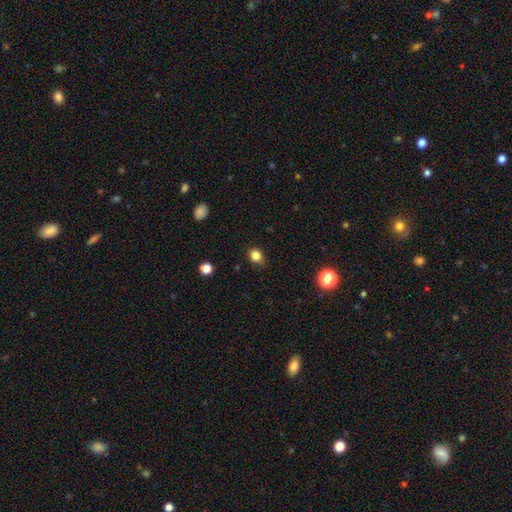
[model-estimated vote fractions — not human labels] smooth 83%, star or artifact 13%, featured or disk 4%. Down the decision tree: how rounded — round (66%); merging — none (83%).